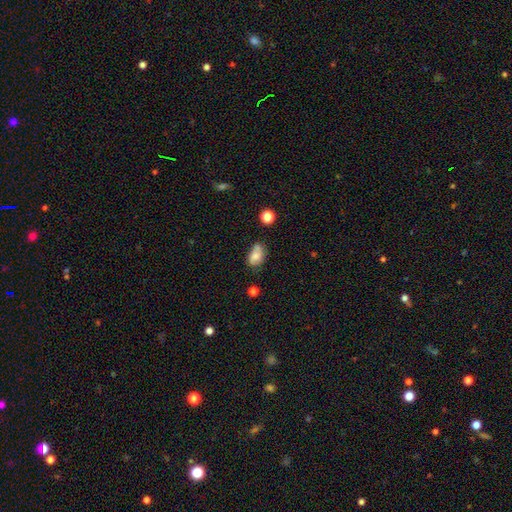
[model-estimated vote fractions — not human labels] smooth-or-featured: smooth: 76% | featured or disk: 14% | star or artifact: 10%
  how-rounded: in between: 83% | round: 15% | cigar-shaped: 2%
  merging: none: 51% | minor disturbance: 25% | merger: 17% | major disturbance: 7%